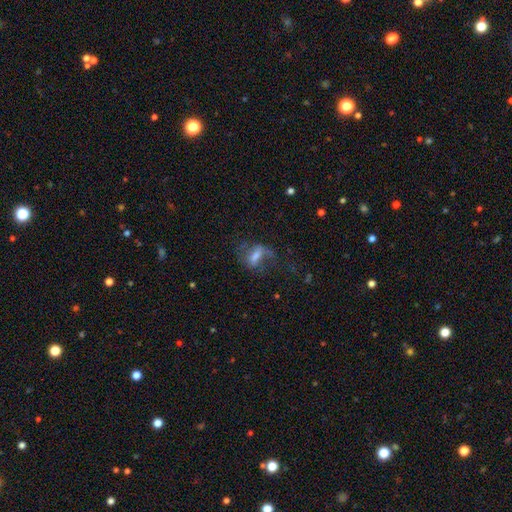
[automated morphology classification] A featured or disk galaxy (52%).

Vote fractions:
- Smooth or featured? featured or disk: 52% / smooth: 34% / star or artifact: 14%
- Edge-on disk? no: 89% / yes: 11%
- Merging? none: 45% / major disturbance: 33% / minor disturbance: 20% / merger: 3%